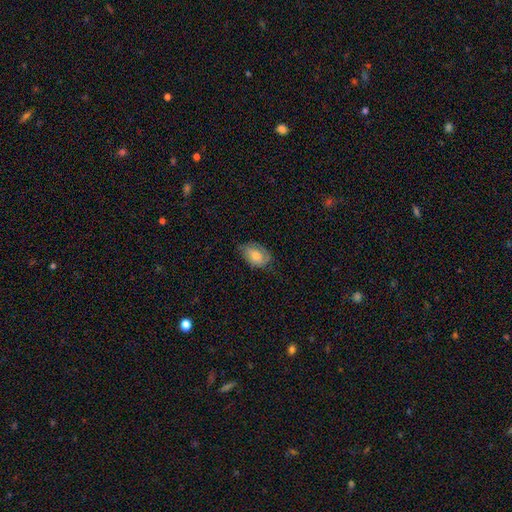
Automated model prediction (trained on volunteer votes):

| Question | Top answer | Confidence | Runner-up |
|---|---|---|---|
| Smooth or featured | smooth | 64% | featured or disk (28%) |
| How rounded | in between | 85% | round (13%) |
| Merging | none | 61% | minor disturbance (28%) |